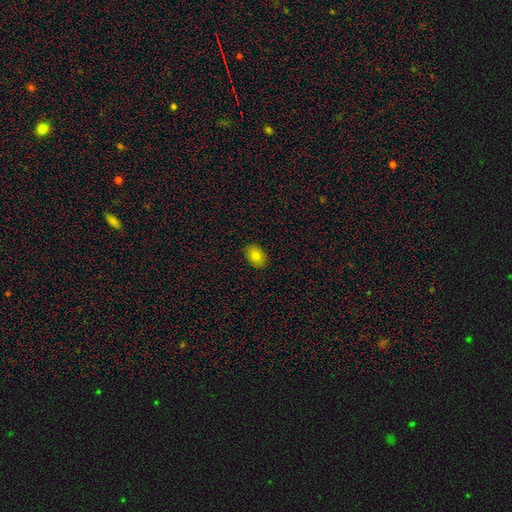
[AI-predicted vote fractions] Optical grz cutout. It shows a smooth galaxy with no disk features (84%) that is in between round and cigar-shaped (83%). Merging: none (88%).